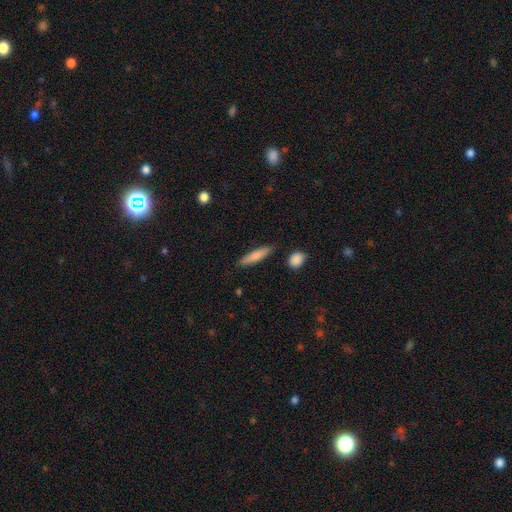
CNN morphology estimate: This is likely a smooth galaxy (79%). How rounded: clearly cigar-shaped (81%). Merging: clearly none (85%).